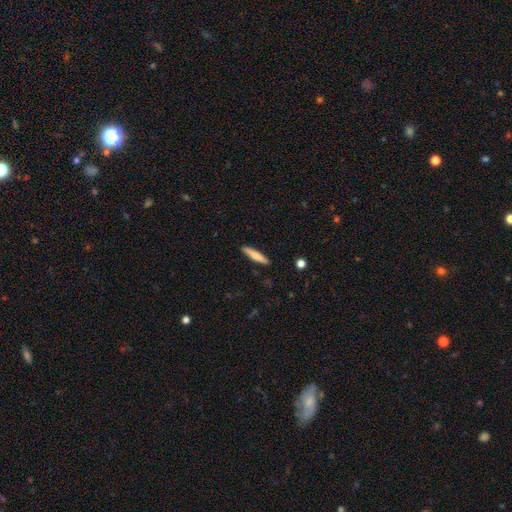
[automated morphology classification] Smooth or featured? Predicted: smooth (p=0.69). How rounded? Predicted: cigar-shaped (p=0.89). Merging? Predicted: none (p=0.90).